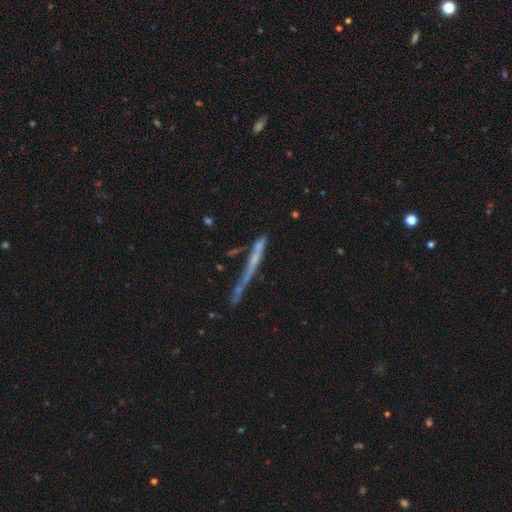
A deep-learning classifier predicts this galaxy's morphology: smooth_or_featured: featured or disk (p=0.49) [alt: smooth p=0.40]
merging: none (p=0.48) [alt: minor disturbance p=0.20]